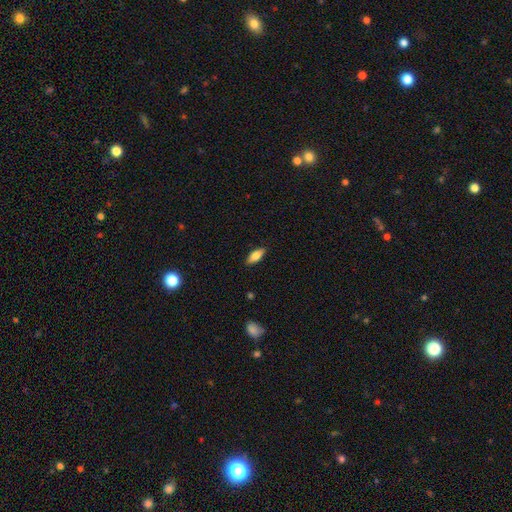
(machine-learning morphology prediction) A smooth galaxy with no disk features (77%) that is in between round and cigar-shaped (78%).

Vote fractions:
- Smooth or featured? smooth: 77% / featured or disk: 16% / star or artifact: 7%
- How rounded? in between: 78% / cigar-shaped: 19% / round: 2%
- Merging? none: 87% / minor disturbance: 10% / major disturbance: 2% / merger: 1%